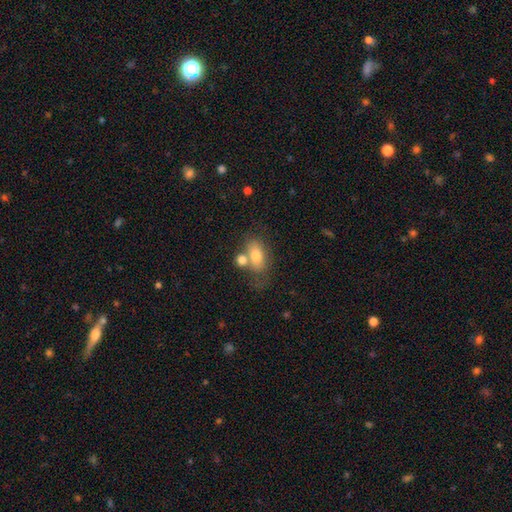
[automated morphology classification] The model was most divided on "merging": none: 44%, merger: 32%, minor disturbance: 15%, major disturbance: 8%. More confident: how rounded — in between (85%); smooth or featured — smooth (74%).